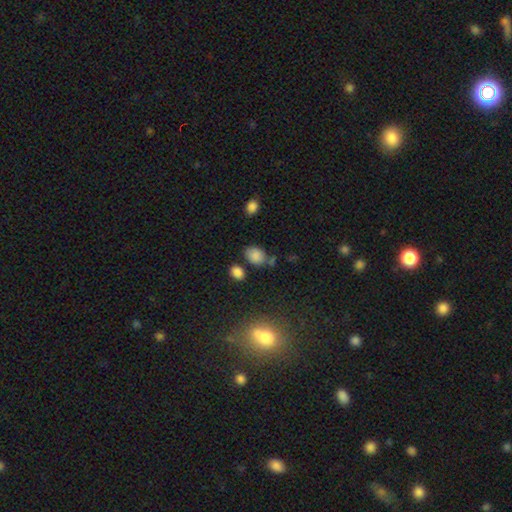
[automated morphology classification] type=smooth (83%); roundness=in between (71%); merging=none (63%).